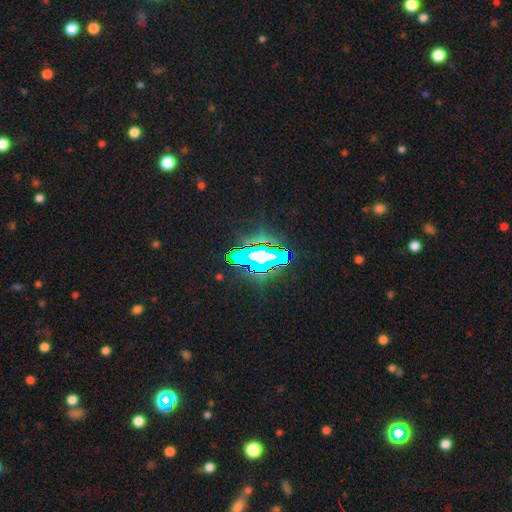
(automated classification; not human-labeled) Smooth or featured: star or artifact — 68% (featured or disk — 18%)